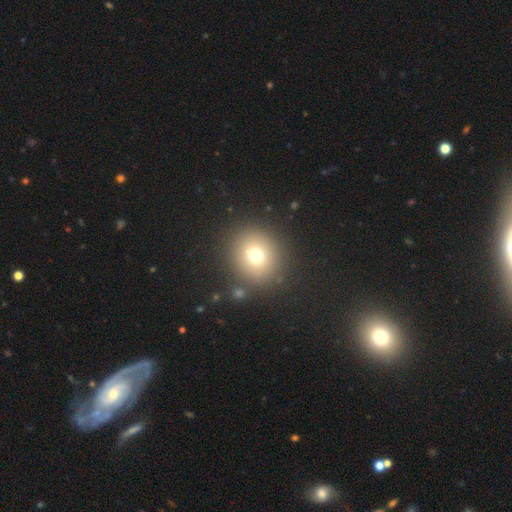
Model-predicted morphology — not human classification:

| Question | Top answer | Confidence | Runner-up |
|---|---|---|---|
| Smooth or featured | smooth | 71% | star or artifact (18%) |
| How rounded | round | 87% | in between (12%) |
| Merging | none | 85% | minor disturbance (7%) |